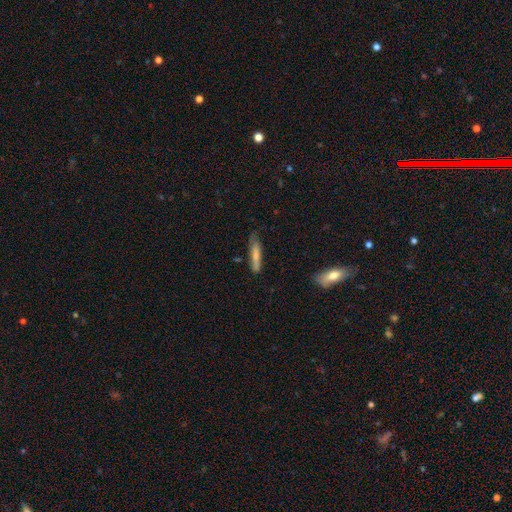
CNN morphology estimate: This is likely a smooth galaxy (71%). How rounded: clearly cigar-shaped (86%). Merging: likely none (63%).